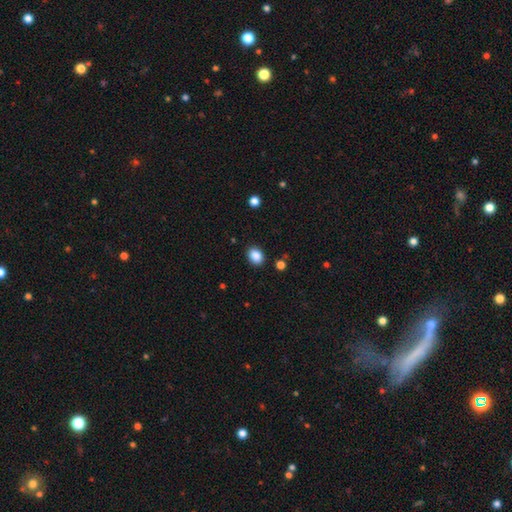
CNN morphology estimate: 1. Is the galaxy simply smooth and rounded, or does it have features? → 88% smooth, 9% star or artifact, 3% featured or disk.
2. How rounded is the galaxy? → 61% in between, 38% round, 1% cigar-shaped.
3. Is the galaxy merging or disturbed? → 88% none, 8% minor disturbance, 2% major disturbance, 2% merger.